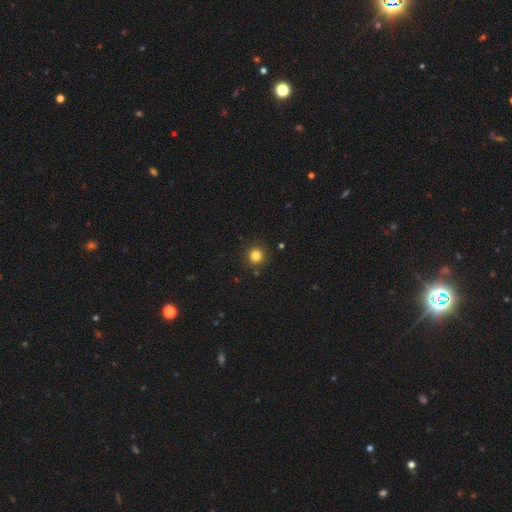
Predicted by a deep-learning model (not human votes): This is clearly a smooth galaxy (82%). How rounded: clearly round (93%). Merging: clearly none (89%).